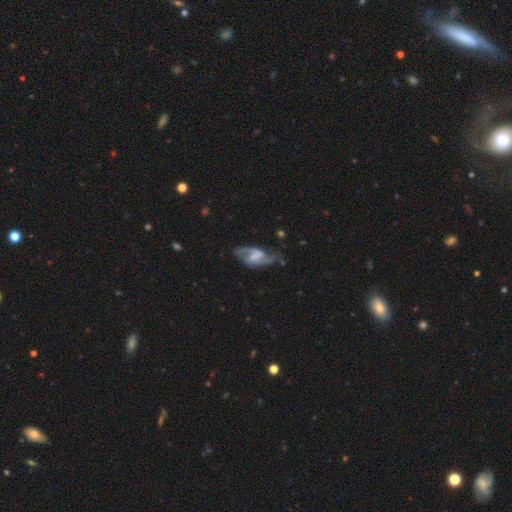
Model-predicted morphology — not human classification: Overall: featured or disk (84%). Edge-on disk: no (96%). Bar: weak (46%; strong 35%). Spiral arms: yes (95%). Spiral arm count: 2 (90%). Spiral winding: medium (48%; loose 40%). Bulge size: none (51%; small 22%). Merging: none (66%).